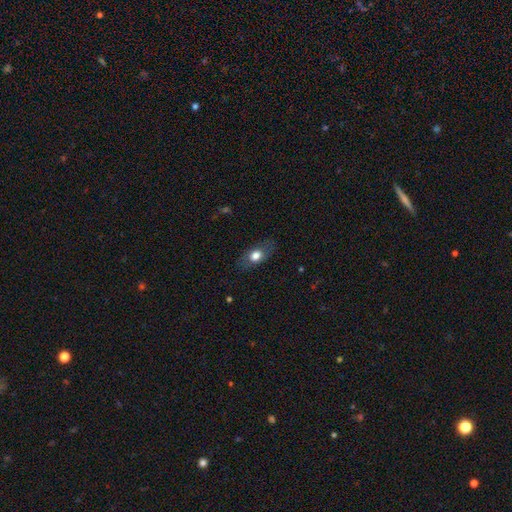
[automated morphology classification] smooth_or_featured: smooth (p=0.68) [alt: featured or disk p=0.24]
how_rounded: in between (p=0.80) [alt: round p=0.13]
merging: none (p=0.79) [alt: minor disturbance p=0.15]